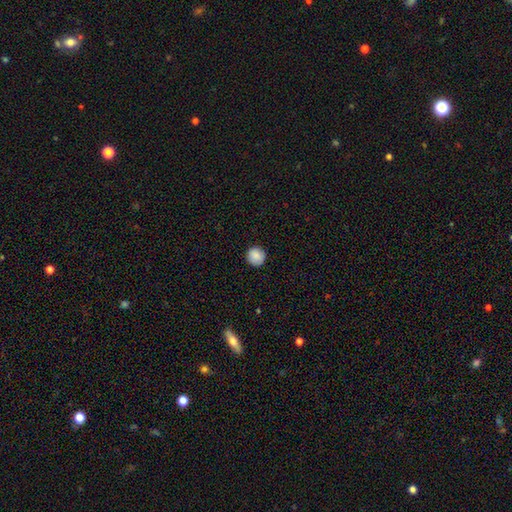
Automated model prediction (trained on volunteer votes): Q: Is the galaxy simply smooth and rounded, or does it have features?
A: smooth — 88%.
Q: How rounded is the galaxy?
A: round — 95%.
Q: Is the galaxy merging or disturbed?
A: none — 90%.